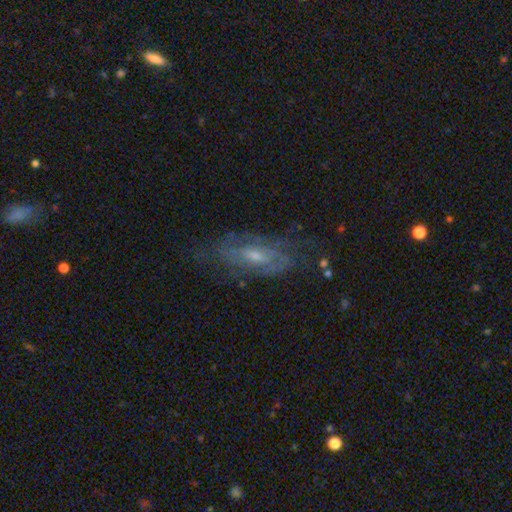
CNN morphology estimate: Overall: featured or disk (73%). Edge-on disk: no (87%). Bar: no (52%; weak 39%). Spiral arms: yes (77%). Bulge size: small (49%; moderate 44%). Merging: none (65%).